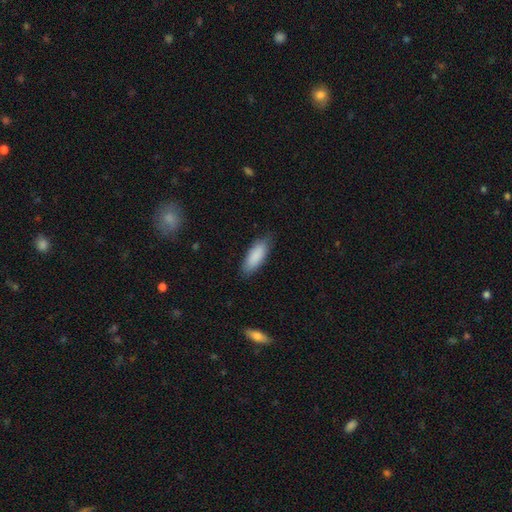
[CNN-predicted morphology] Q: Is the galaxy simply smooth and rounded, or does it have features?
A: smooth — 89%.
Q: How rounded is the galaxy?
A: in between — 74%.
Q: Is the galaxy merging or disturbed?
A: none — 82%.